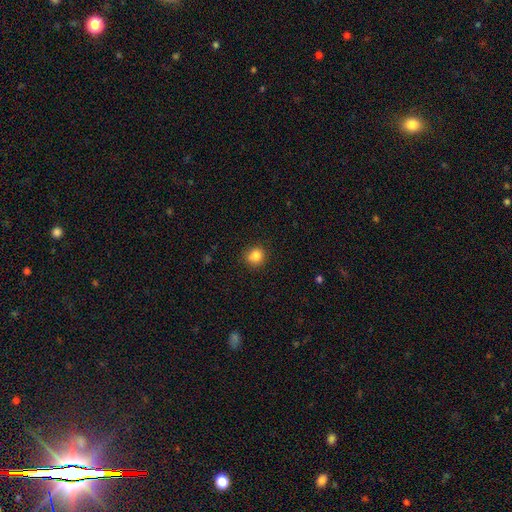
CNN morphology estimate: The model was most divided on "smooth or featured": smooth: 85%, star or artifact: 11%, featured or disk: 5%. More confident: how rounded — round (87%); merging — none (87%).